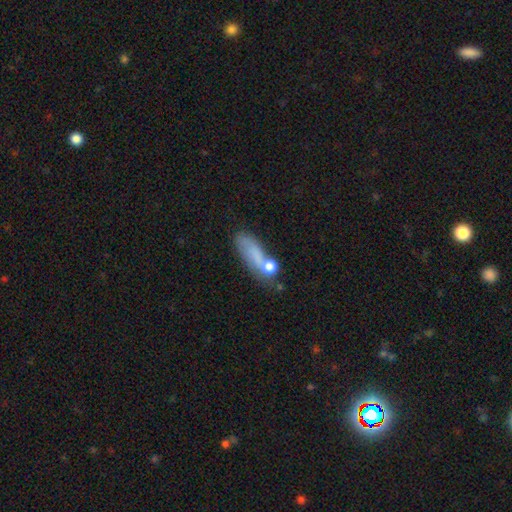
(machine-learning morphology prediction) This appears to be a smooth galaxy with no disk features (66%) that is in between round and cigar-shaped (56%). Merging: none (38%).